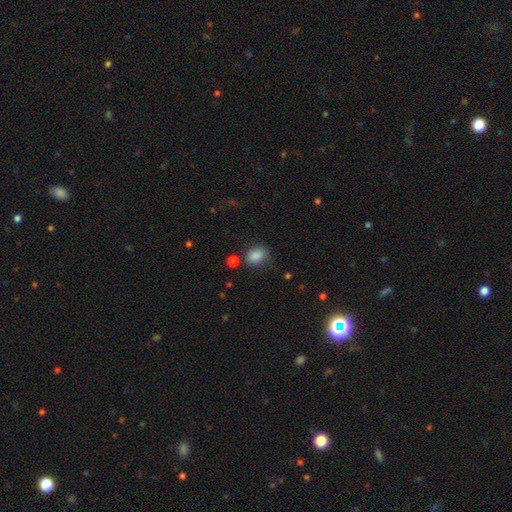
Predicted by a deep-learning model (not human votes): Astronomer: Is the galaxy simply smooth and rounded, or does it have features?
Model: smooth — 86%.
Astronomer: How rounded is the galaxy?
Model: in between — 80%.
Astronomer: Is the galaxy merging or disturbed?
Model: none — 70%.